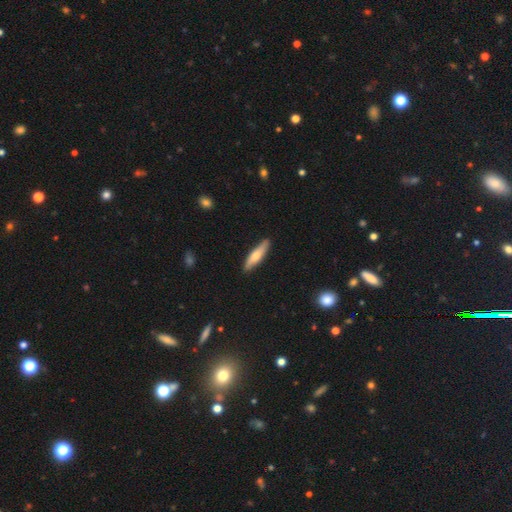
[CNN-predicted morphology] smooth_or_featured: smooth (p=0.65) [alt: featured or disk p=0.30]
how_rounded: cigar-shaped (p=0.78) [alt: in between p=0.21]
merging: none (p=0.88) [alt: minor disturbance p=0.10]